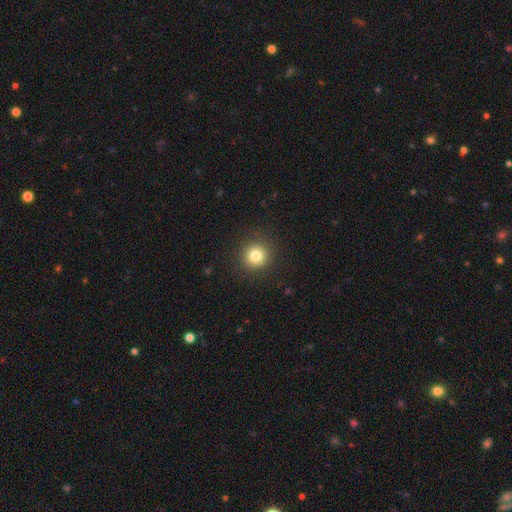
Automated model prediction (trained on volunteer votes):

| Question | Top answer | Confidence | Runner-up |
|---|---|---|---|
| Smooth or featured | smooth | 82% | star or artifact (12%) |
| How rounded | round | 93% | in between (6%) |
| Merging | none | 91% | minor disturbance (6%) |